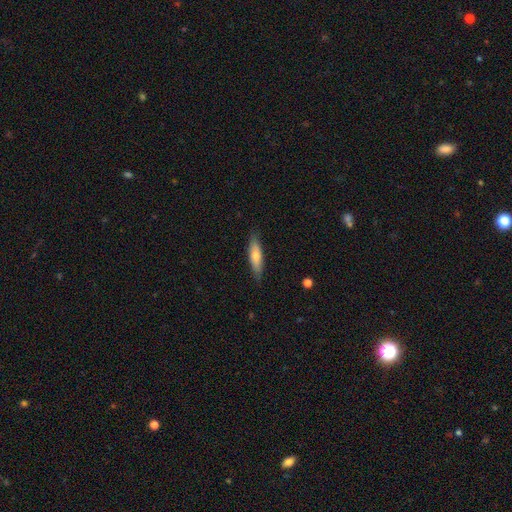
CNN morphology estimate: A smooth galaxy with no disk features (63%) that is cigar-shaped (69%).

Vote fractions:
- Smooth or featured? smooth: 63% / featured or disk: 31% / star or artifact: 6%
- How rounded? cigar-shaped: 69% / in between: 29% / round: 2%
- Merging? none: 85% / minor disturbance: 12% / major disturbance: 2% / merger: 1%